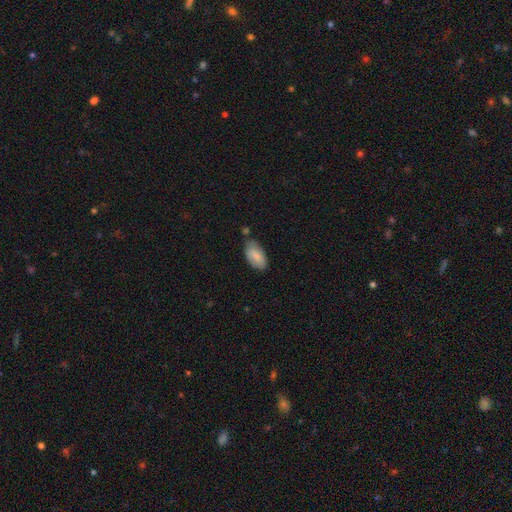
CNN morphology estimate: A smooth galaxy with no disk features (79%) that is in between round and cigar-shaped (95%).

Vote fractions:
- Smooth or featured? smooth: 79% / featured or disk: 14% / star or artifact: 6%
- How rounded? in between: 95% / cigar-shaped: 3% / round: 3%
- Merging? none: 67% / minor disturbance: 23% / merger: 6% / major disturbance: 4%